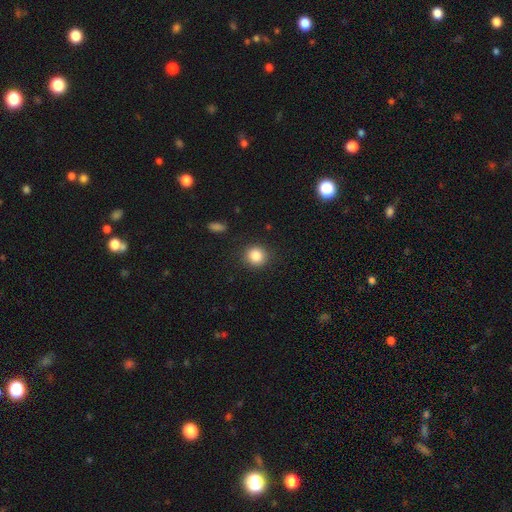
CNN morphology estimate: Smooth or featured? Predicted: smooth (p=0.85). How rounded? Predicted: round (p=0.89). Merging? Predicted: none (p=0.89).